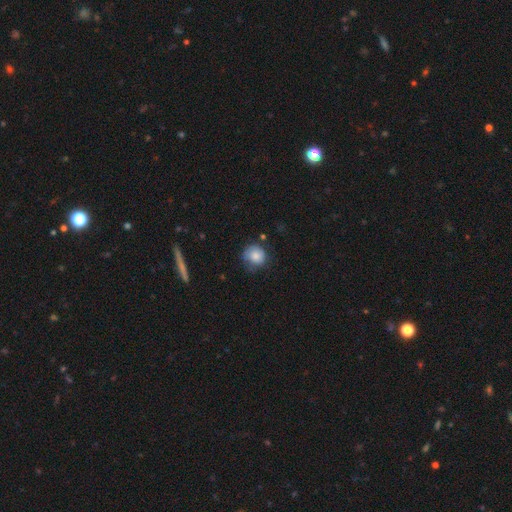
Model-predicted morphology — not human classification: This appears to be a smooth galaxy with no disk features (78%) that is round (84%). Merging: none (61%).